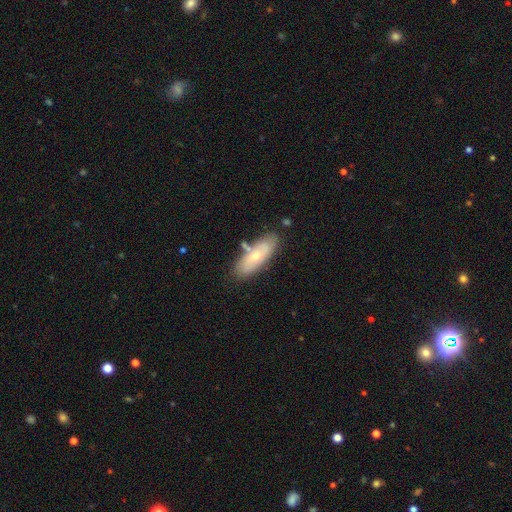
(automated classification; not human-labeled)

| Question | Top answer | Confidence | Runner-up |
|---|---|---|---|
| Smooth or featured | smooth | 56% | featured or disk (38%) |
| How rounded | in between | 67% | cigar-shaped (31%) |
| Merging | none | 73% | minor disturbance (16%) |